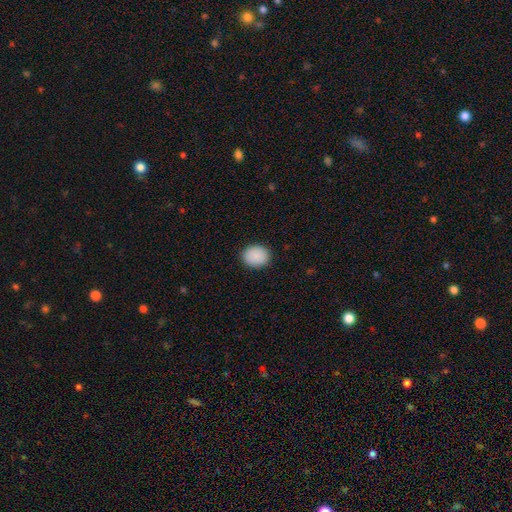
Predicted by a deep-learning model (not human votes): smooth-or-featured: smooth: 90% | star or artifact: 7% | featured or disk: 3%
  how-rounded: round: 59% | in between: 40% | cigar-shaped: 1%
  merging: none: 89% | minor disturbance: 8% | major disturbance: 2% | merger: 1%